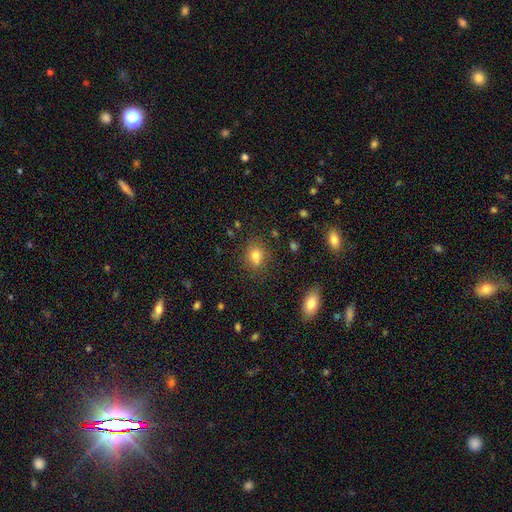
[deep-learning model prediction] A smooth galaxy with no disk features (78%) that is round (56%). Merging: none (73%).